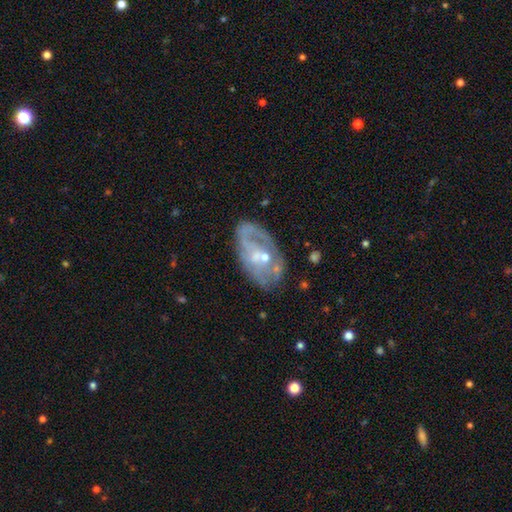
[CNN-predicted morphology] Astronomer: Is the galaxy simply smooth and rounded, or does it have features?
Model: featured or disk — 69%.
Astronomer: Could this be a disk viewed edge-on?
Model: no — 94%.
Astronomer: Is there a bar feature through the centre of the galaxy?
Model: no — 64%.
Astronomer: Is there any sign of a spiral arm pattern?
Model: yes — 55% (runner-up: no, 45%).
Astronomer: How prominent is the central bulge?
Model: small — 60%.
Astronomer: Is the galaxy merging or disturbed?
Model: none — 57%.